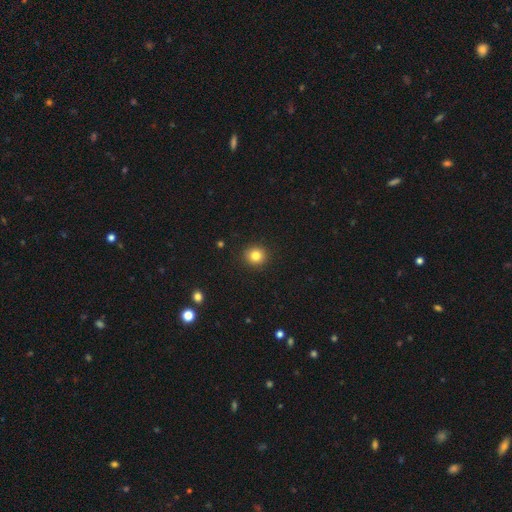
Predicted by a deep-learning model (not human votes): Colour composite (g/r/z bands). It shows a smooth galaxy with no disk features (82%) that is round (90%). Merging: none (92%).